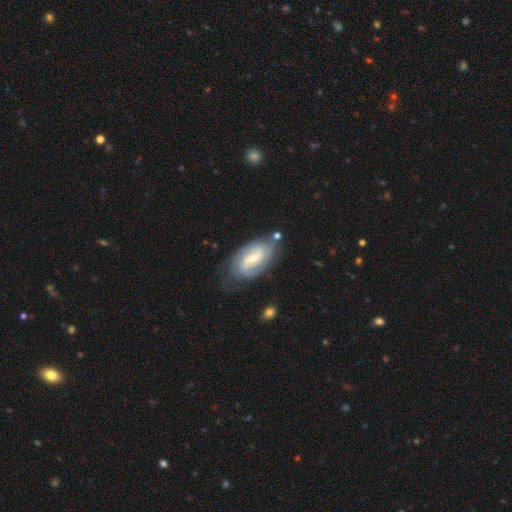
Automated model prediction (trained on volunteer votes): Smooth or featured? Predicted: featured or disk (p=0.73). Edge-on disk? Predicted: no (p=0.94). Bar? Predicted: weak (p=0.52). Spiral arms? Predicted: yes (p=0.92). Spiral winding? Predicted: medium (p=0.43). Spiral arm count? Predicted: 2 (p=0.68). Bulge size? Predicted: small (p=0.50). Merging? Predicted: none (p=0.75).